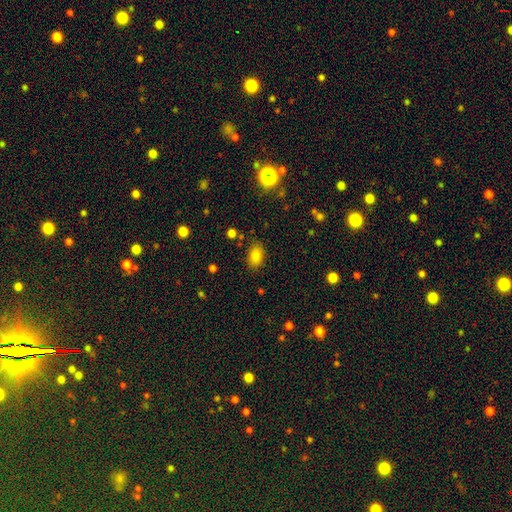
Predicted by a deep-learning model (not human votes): The model was most divided on "how rounded": in between: 83%, round: 15%, cigar-shaped: 1%. More confident: smooth or featured — smooth (82%); merging — none (82%).